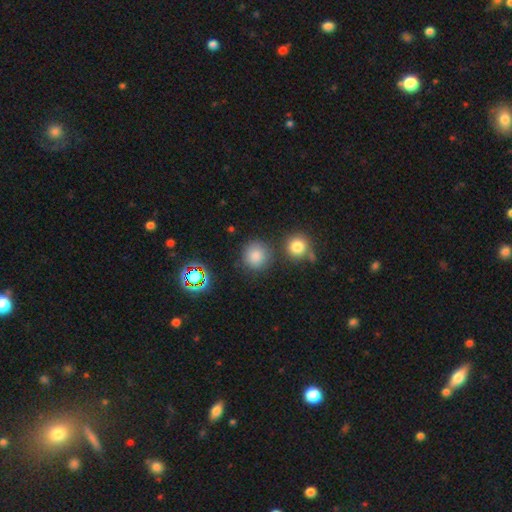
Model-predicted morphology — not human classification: Smooth or featured? smooth (80%)
How rounded? round (92%)
Merging? none (79%)